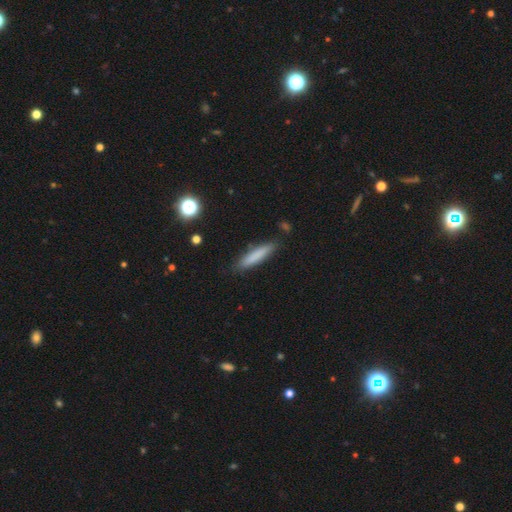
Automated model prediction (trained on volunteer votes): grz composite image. It shows a smooth galaxy with no disk features (79%) that is cigar-shaped (88%). Merging: none (86%).